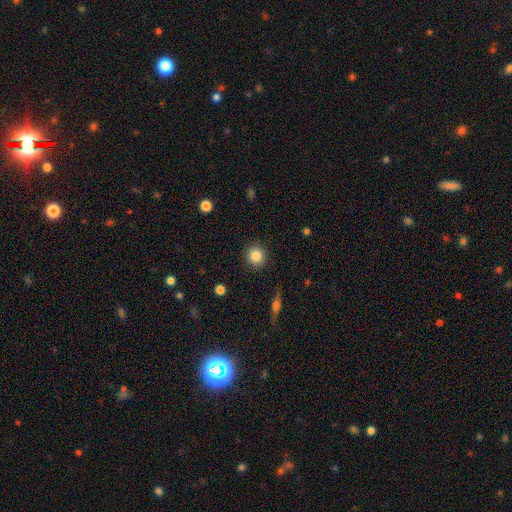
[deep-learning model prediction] A smooth galaxy with no disk features (86%) that is round (88%). Merging: none (89%).